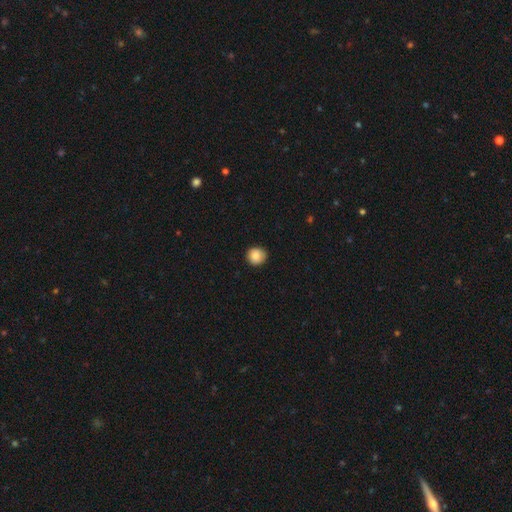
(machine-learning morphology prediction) smooth_or_featured: smooth (p=0.87) [alt: star or artifact p=0.09]
how_rounded: round (p=0.90) [alt: in between p=0.10]
merging: none (p=0.88) [alt: minor disturbance p=0.09]